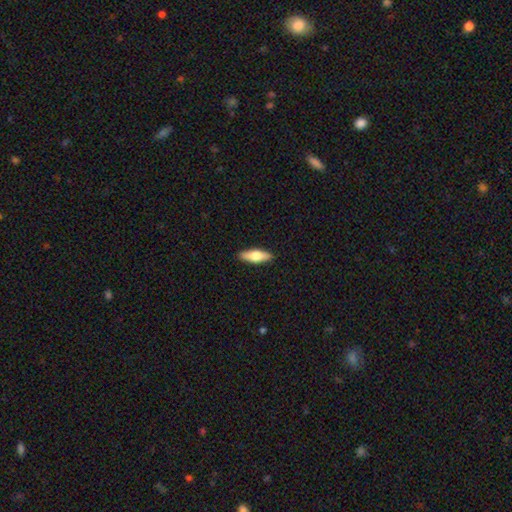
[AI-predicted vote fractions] A smooth galaxy with no disk features (61%) that is in between round and cigar-shaped (56%). Merging: none (90%).